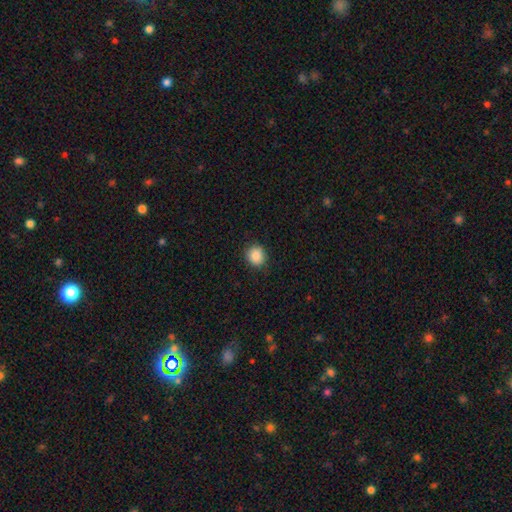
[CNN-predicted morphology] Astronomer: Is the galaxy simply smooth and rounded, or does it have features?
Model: smooth — 87%.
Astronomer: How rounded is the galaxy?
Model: round — 85%.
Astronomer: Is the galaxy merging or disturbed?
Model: none — 88%.